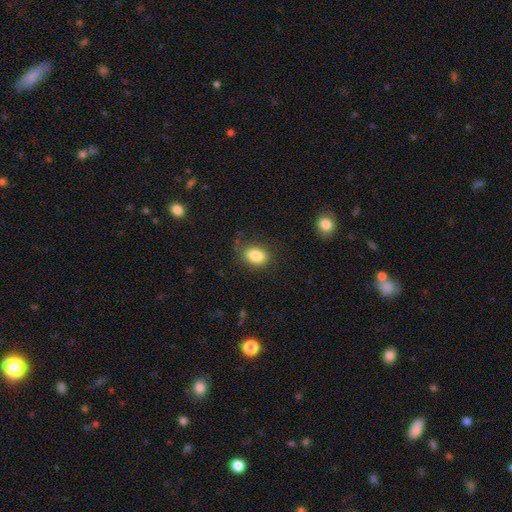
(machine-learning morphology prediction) Smooth or featured?
  - smooth: 84% *
  - star or artifact: 9%
  - featured or disk: 7%
How rounded?
  - in between: 72% *
  - round: 27%
  - cigar-shaped: 1%
Merging?
  - none: 79% *
  - minor disturbance: 15%
  - major disturbance: 4%
  - merger: 2%